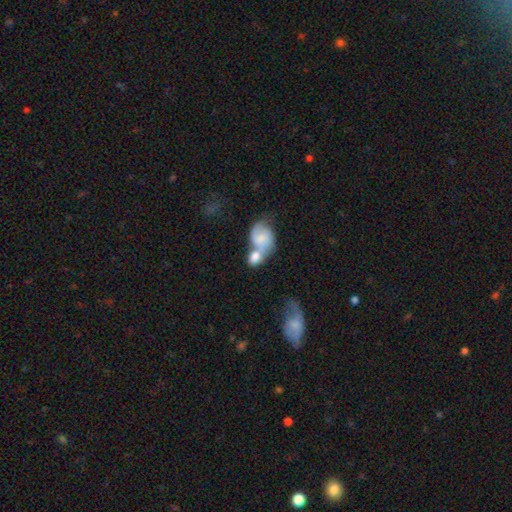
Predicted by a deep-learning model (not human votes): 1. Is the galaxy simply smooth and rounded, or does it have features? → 44% smooth, 42% featured or disk, 14% star or artifact.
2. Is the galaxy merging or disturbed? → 39% none, 32% merger, 18% minor disturbance, 11% major disturbance.